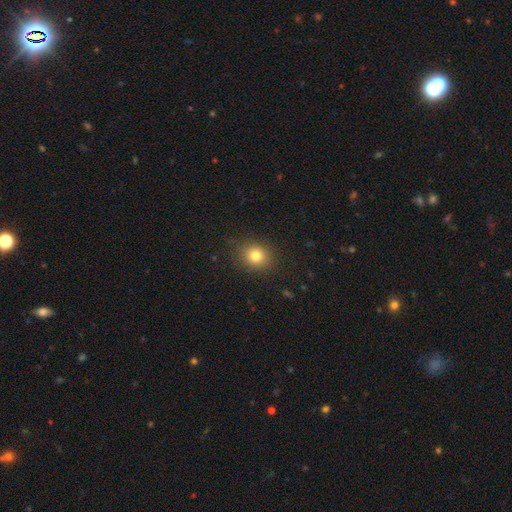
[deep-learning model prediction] Q: Smooth or featured?
A: smooth (79%); runner-up: star or artifact (13%)
Q: How rounded?
A: round (74%); runner-up: in between (25%)
Q: Merging?
A: none (87%); runner-up: minor disturbance (9%)